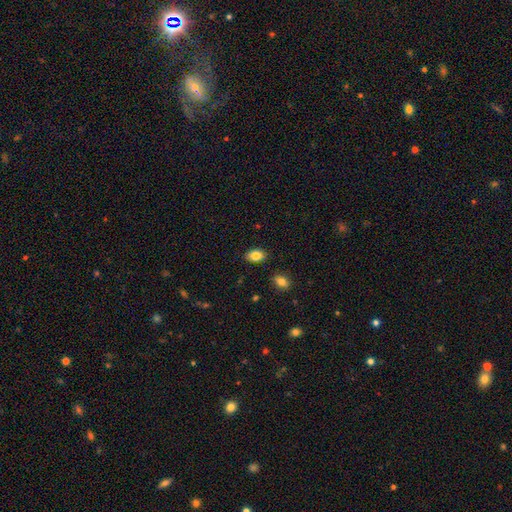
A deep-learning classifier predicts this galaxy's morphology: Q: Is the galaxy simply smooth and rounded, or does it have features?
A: smooth — 85%.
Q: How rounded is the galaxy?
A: in between — 86%.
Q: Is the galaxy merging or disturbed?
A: none — 88%.